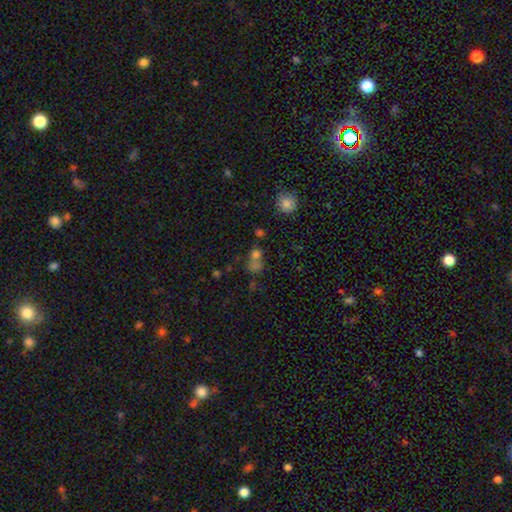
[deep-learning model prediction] Smooth or featured? Predicted: smooth (p=0.61). How rounded? Predicted: round (p=0.73). Merging? Predicted: merger (p=0.48).